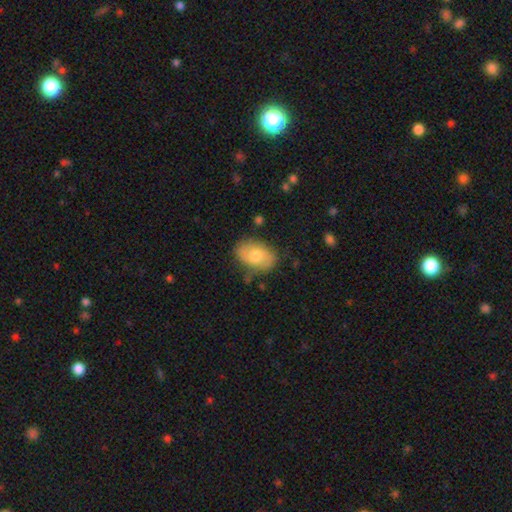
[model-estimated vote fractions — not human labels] Morphology: type=smooth (58%); roundness=in between (84%); merging=none (68%).